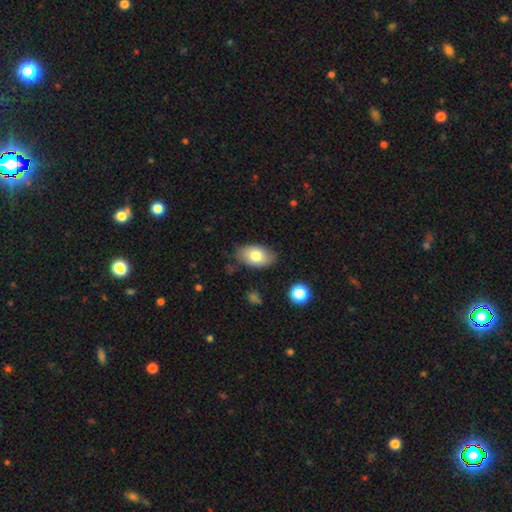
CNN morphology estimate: Smooth or featured: smooth — 77% (featured or disk — 15%)
How rounded: in between — 92% (round — 7%)
Merging: none — 80% (minor disturbance — 15%)